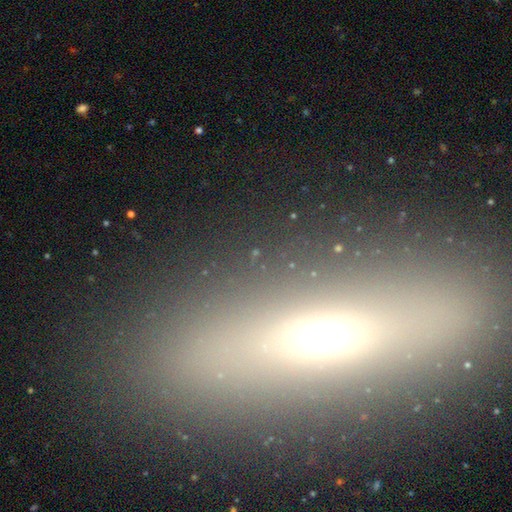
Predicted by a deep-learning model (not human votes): A star or artifact, not a galaxy (45%).